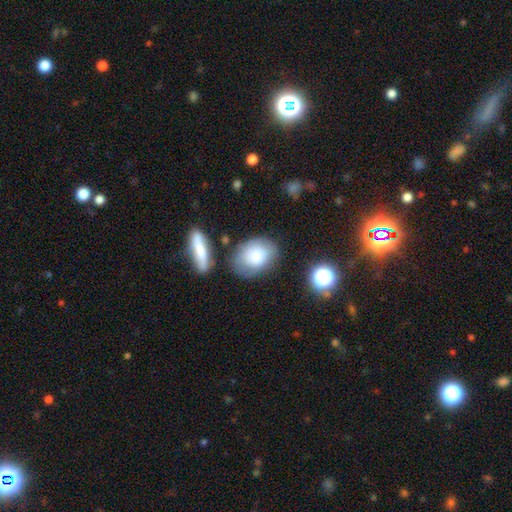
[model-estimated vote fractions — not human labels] smooth 74%, featured or disk 18%, star or artifact 8%. Down the decision tree: how rounded — in between (72%); merging — none (61%).